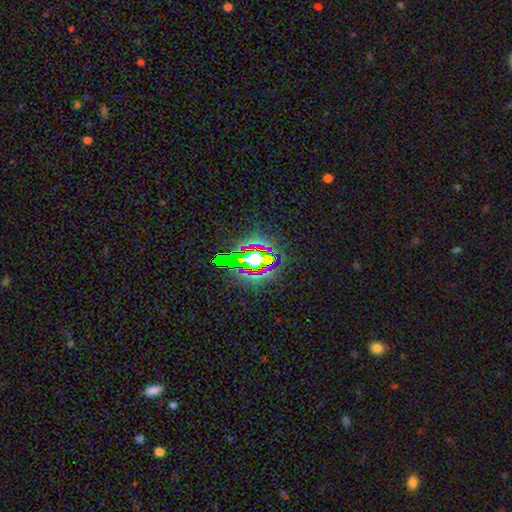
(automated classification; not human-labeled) Overall: star or artifact (66%).